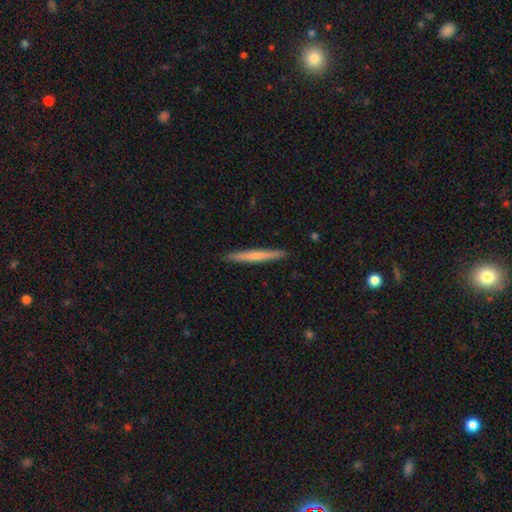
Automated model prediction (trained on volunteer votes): Smooth or featured?
  - smooth: 57% *
  - featured or disk: 38%
  - star or artifact: 5%
How rounded?
  - cigar-shaped: 97% *
  - in between: 2%
  - round: 1%
Merging?
  - none: 92% *
  - minor disturbance: 6%
  - major disturbance: 1%
  - merger: 1%